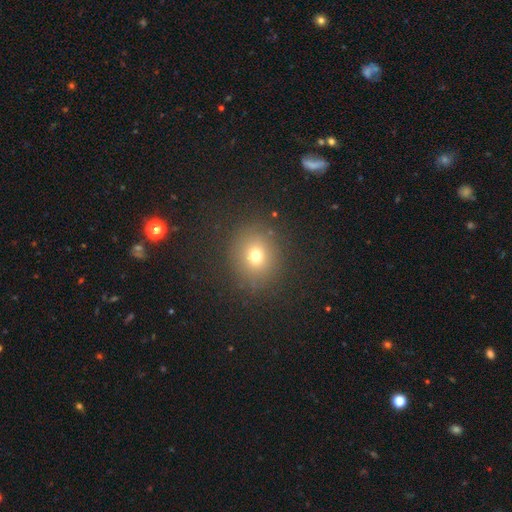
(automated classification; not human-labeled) Smooth or featured?
  - smooth: 71% *
  - star or artifact: 18%
  - featured or disk: 11%
How rounded?
  - round: 80% *
  - in between: 19%
  - cigar-shaped: 1%
Merging?
  - none: 86% *
  - minor disturbance: 8%
  - major disturbance: 4%
  - merger: 1%